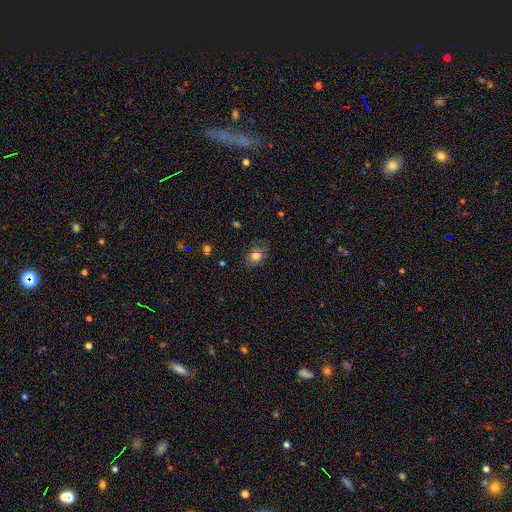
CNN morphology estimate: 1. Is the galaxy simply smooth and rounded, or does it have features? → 80% smooth, 11% star or artifact, 10% featured or disk.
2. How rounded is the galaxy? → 67% in between, 32% round, 2% cigar-shaped.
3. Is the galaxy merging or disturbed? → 76% none, 18% minor disturbance, 5% major disturbance, 1% merger.